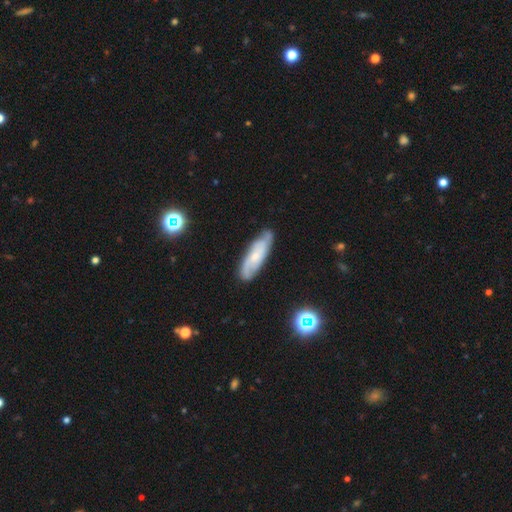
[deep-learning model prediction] featured or disk 64%, smooth 28%, star or artifact 7%. Down the decision tree: edge-on disk — no (81%); bar — no (66%); spiral arms — yes (90%); bulge size — small (65%); merging — none (78%).